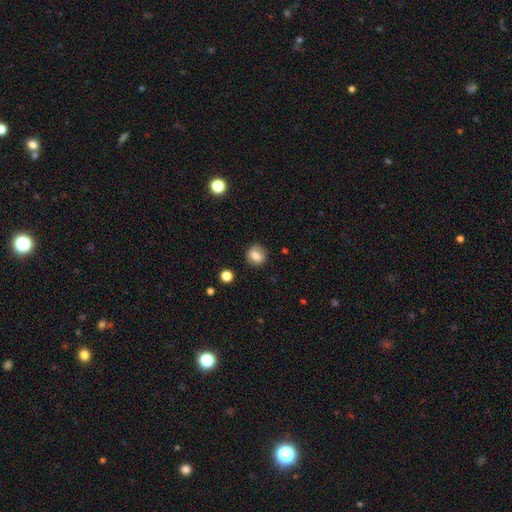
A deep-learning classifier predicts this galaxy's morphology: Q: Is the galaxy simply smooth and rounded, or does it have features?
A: smooth — 76%.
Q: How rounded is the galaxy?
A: round — 81%.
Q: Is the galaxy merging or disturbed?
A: none — 84%.